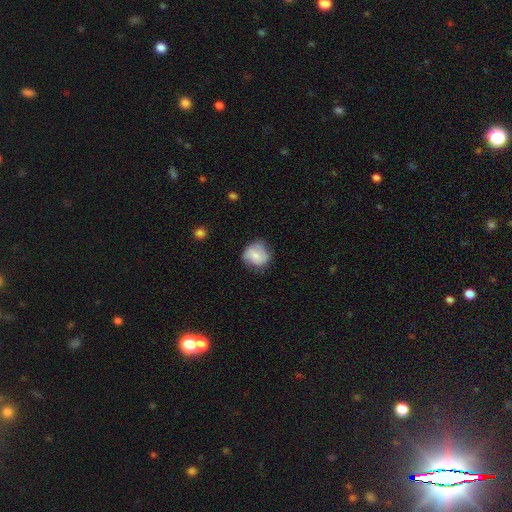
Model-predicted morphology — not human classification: Q: Smooth or featured?
A: smooth (71%); runner-up: featured or disk (22%)
Q: How rounded?
A: round (81%); runner-up: in between (18%)
Q: Merging?
A: none (64%); runner-up: minor disturbance (27%)